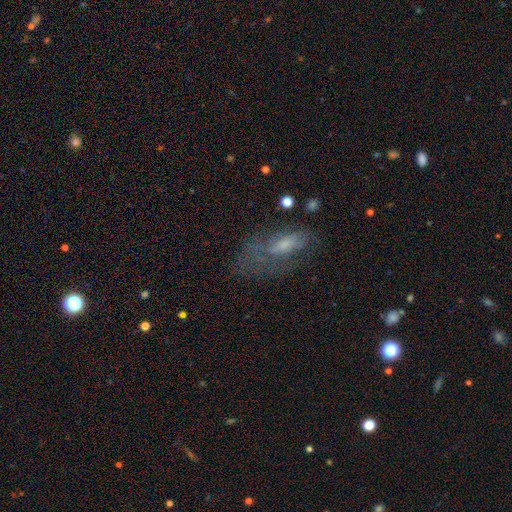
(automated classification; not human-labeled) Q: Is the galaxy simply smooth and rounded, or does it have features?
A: smooth — 39%.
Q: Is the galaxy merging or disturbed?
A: none — 53%.